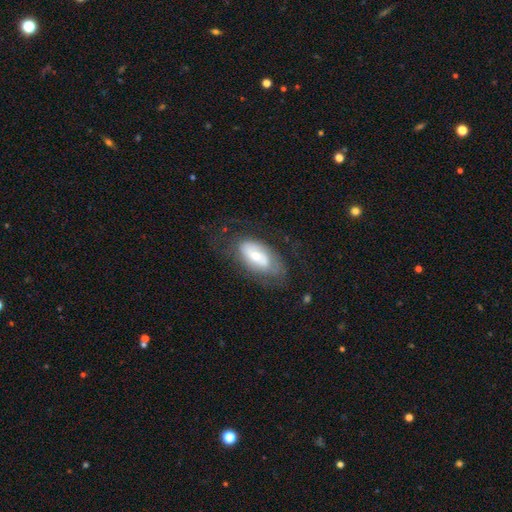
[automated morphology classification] This appears to be a featured or disk galaxy (51%). Merging: none (59%).